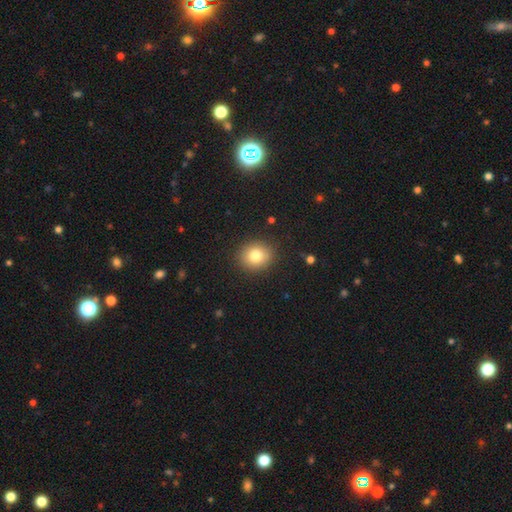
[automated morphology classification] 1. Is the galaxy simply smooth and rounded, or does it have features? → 80% smooth, 10% star or artifact, 9% featured or disk.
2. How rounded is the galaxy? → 77% round, 22% in between, 1% cigar-shaped.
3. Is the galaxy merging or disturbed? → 89% none, 7% minor disturbance, 2% major disturbance, 1% merger.